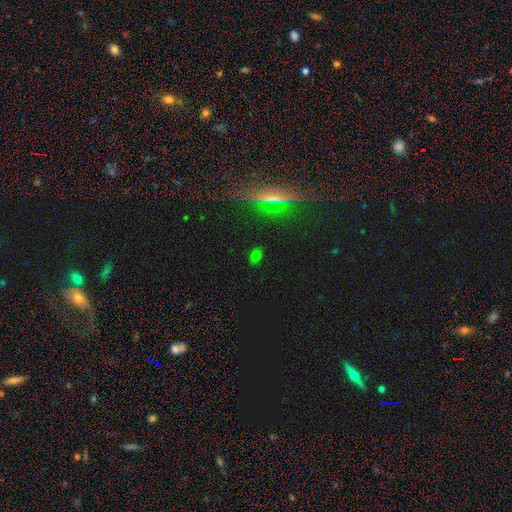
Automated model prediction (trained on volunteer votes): smooth_or_featured: smooth (p=0.48) [alt: star or artifact p=0.42]
merging: none (p=0.85) [alt: minor disturbance p=0.09]